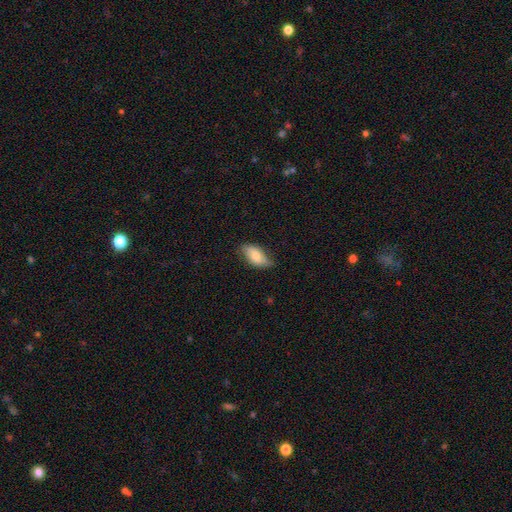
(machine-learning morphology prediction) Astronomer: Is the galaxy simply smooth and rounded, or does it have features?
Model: smooth — 67%.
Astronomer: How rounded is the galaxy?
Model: in between — 92%.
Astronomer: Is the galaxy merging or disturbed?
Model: none — 67%.